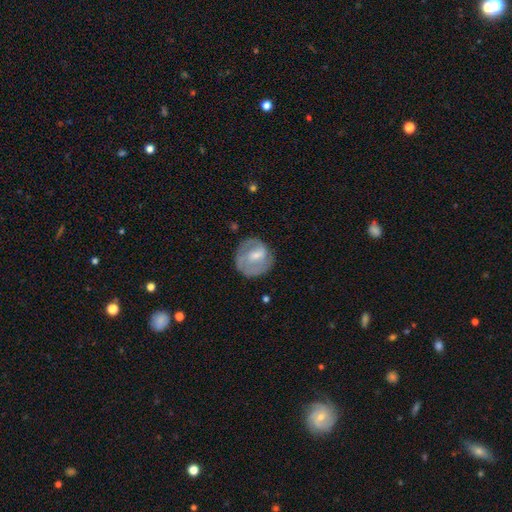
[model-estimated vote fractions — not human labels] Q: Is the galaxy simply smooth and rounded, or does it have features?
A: featured or disk — 61%.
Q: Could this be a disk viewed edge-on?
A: no — 97%.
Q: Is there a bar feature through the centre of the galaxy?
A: weak — 51%.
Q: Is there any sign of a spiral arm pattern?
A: yes — 74%.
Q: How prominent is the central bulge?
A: moderate — 48%.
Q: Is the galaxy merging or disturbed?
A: none — 72%.